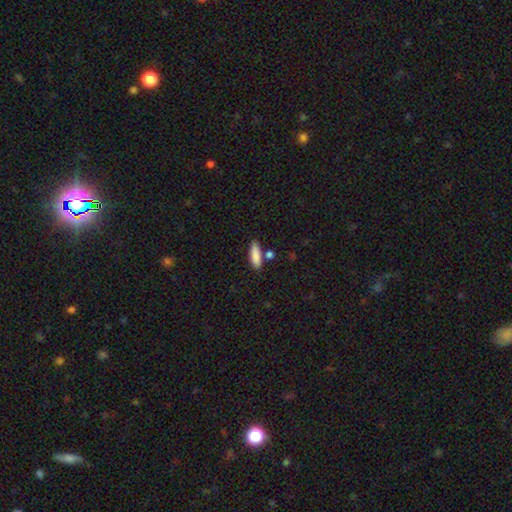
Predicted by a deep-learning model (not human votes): Q: Smooth or featured?
A: smooth (87%); runner-up: star or artifact (7%)
Q: How rounded?
A: in between (53%); runner-up: cigar-shaped (44%)
Q: Merging?
A: none (74%); runner-up: minor disturbance (12%)